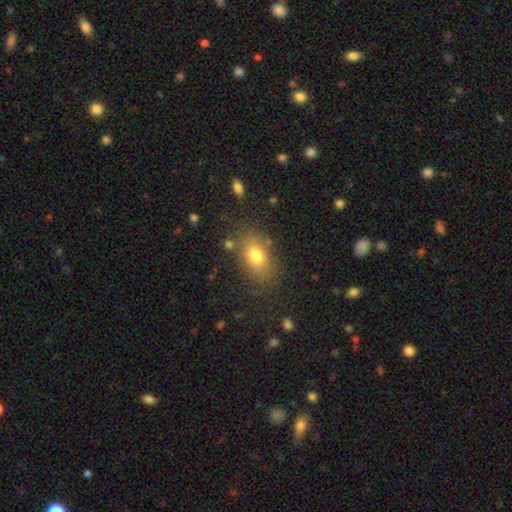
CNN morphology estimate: Q: Smooth or featured?
A: smooth (77%); runner-up: featured or disk (13%)
Q: How rounded?
A: in between (83%); runner-up: round (14%)
Q: Merging?
A: none (79%); runner-up: minor disturbance (13%)